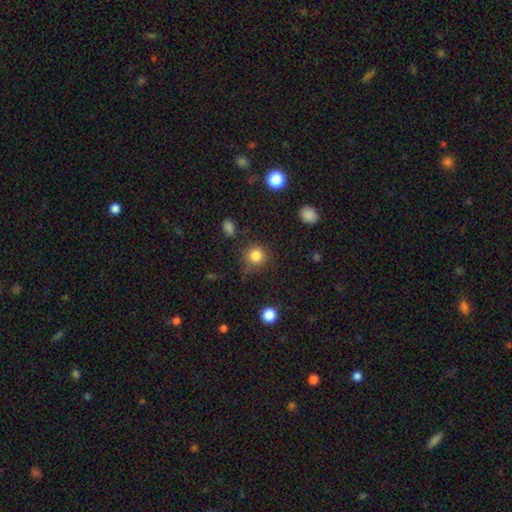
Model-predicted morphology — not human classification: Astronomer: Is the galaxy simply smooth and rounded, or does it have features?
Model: smooth — 82%.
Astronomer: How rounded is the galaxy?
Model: round — 92%.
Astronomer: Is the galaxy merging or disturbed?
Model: none — 73%.